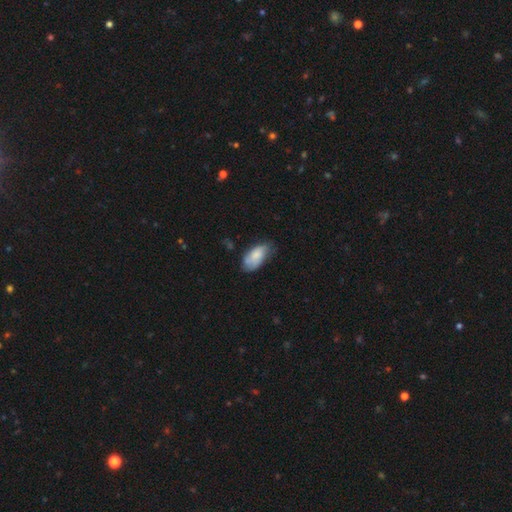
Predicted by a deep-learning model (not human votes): This is likely a smooth galaxy (74%). How rounded: clearly in between (93%). Merging: possibly none (53%).